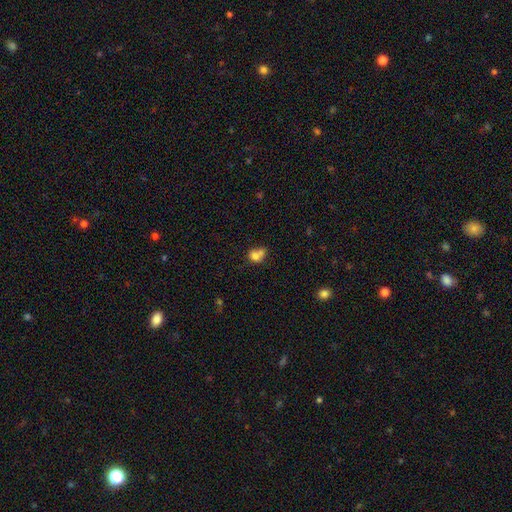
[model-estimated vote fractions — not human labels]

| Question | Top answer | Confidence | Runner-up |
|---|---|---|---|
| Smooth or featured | smooth | 74% | featured or disk (15%) |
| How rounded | round | 59% | in between (39%) |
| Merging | merger | 56% | none (26%) |